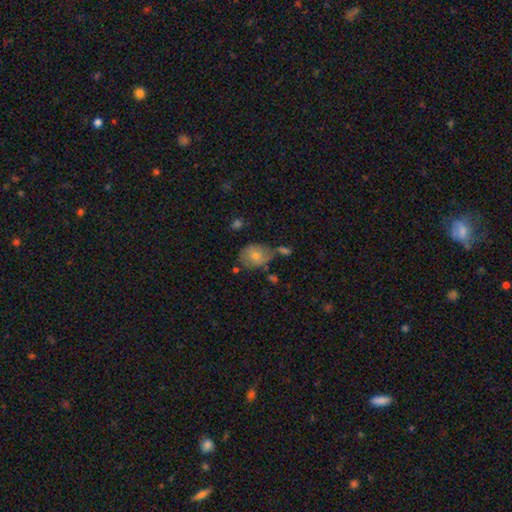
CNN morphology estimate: type=smooth (65%); roundness=round (56%); merging=none (55%).